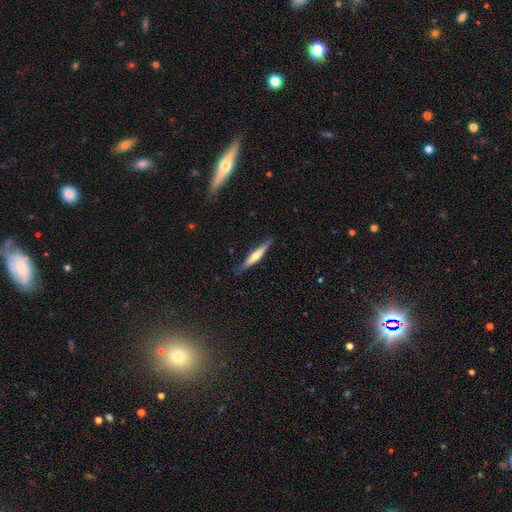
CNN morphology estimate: This appears to be a featured or disk galaxy (52%) viewed edge-on (95%). Merging: none (84%).